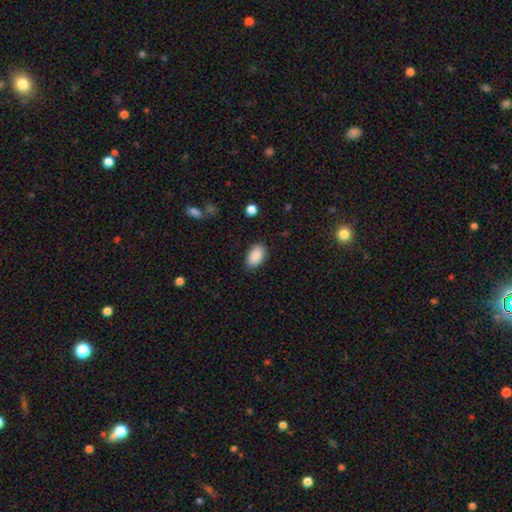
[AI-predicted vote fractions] Smooth or featured: smooth — 90% (star or artifact — 7%)
How rounded: in between — 93% (round — 5%)
Merging: none — 87% (minor disturbance — 10%)